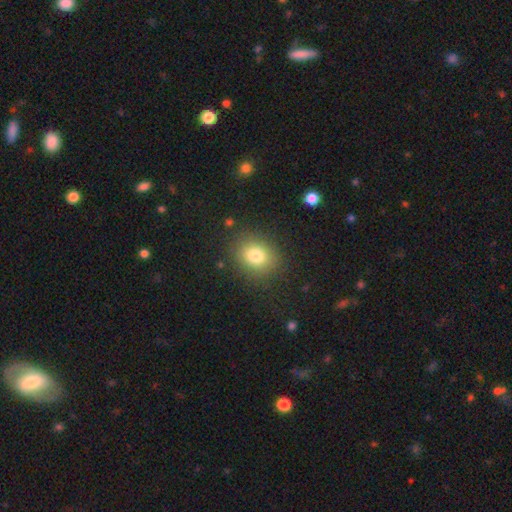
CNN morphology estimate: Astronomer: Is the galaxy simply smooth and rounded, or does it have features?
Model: smooth — 79%.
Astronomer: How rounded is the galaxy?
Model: round — 63%.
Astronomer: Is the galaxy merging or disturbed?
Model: none — 86%.